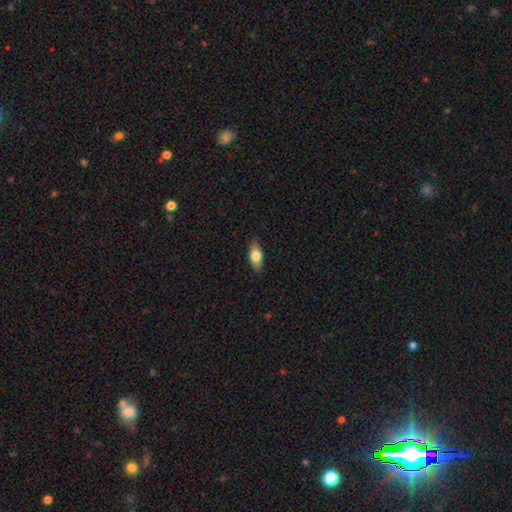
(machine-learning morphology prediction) smooth 75%, featured or disk 19%, star or artifact 6%. Down the decision tree: how rounded — in between (84%); merging — none (88%).